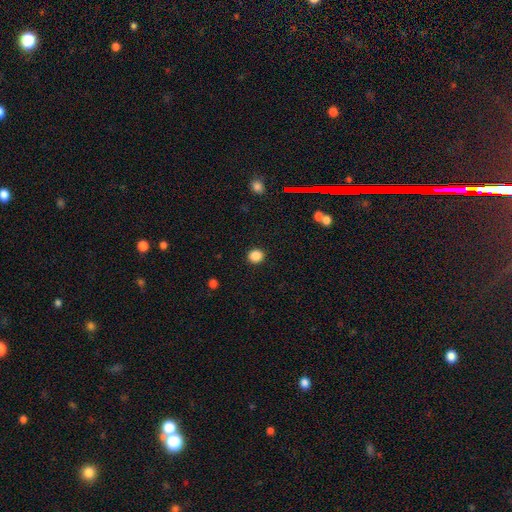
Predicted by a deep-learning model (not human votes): Morphology: type=smooth (86%); roundness=round (84%); merging=none (92%).